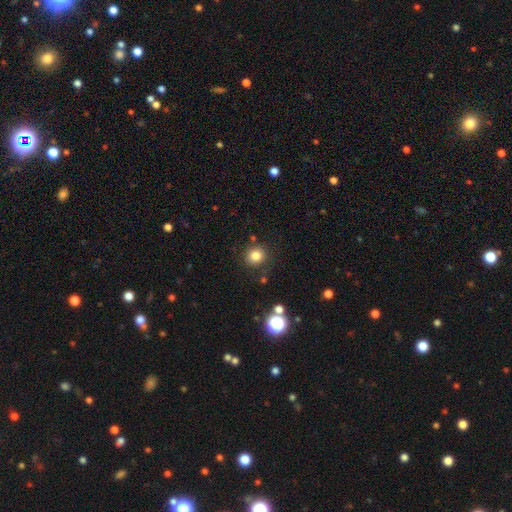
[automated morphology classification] smooth_or_featured: smooth (p=0.81) [alt: star or artifact p=0.13]
how_rounded: round (p=0.90) [alt: in between p=0.09]
merging: none (p=0.85) [alt: minor disturbance p=0.08]